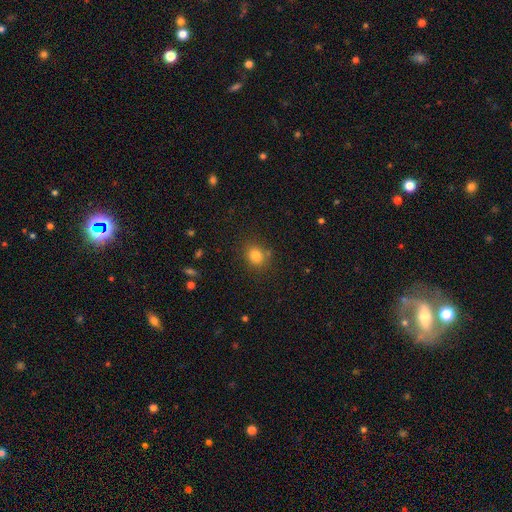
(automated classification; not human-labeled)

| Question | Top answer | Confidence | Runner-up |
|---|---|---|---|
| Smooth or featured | smooth | 81% | star or artifact (13%) |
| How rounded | round | 66% | in between (33%) |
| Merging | none | 79% | minor disturbance (12%) |